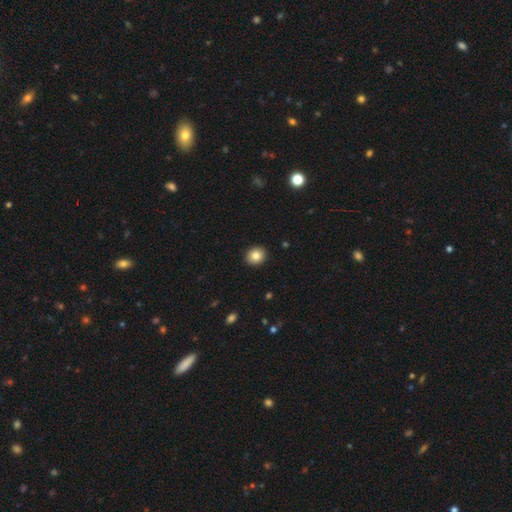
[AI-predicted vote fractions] smooth-or-featured: smooth: 84% | star or artifact: 9% | featured or disk: 7%
  how-rounded: round: 76% | in between: 24% | cigar-shaped: 1%
  merging: none: 92% | minor disturbance: 5% | major disturbance: 2% | merger: 1%